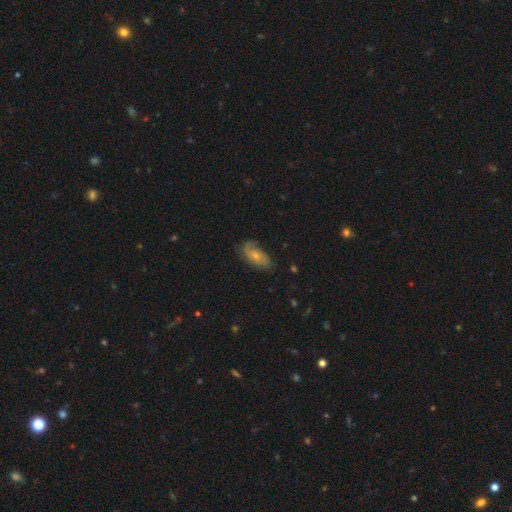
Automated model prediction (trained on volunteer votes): Morphology: type=featured or disk (49%); merging=none (62%).